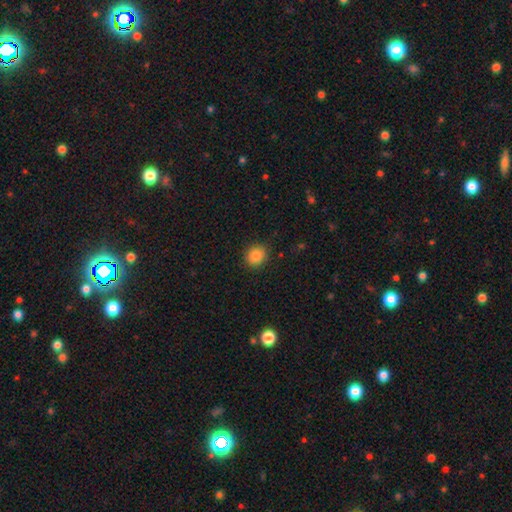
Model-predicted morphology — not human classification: Overall: smooth (86%). How rounded: round (82%). Merging: none (89%).